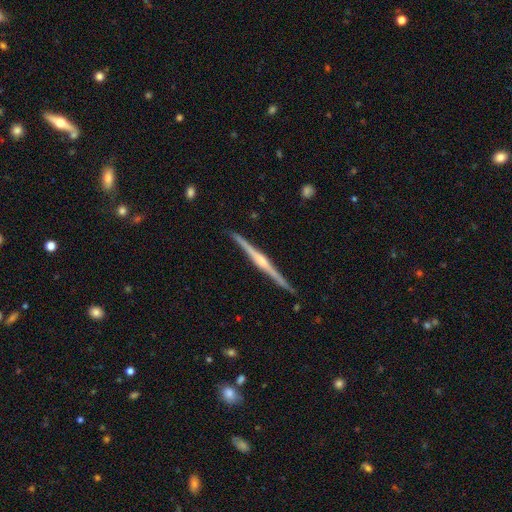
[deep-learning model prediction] A featured or disk galaxy (87%) viewed edge-on (99%) with a rounded central bulge (84%). Merging: none (92%).